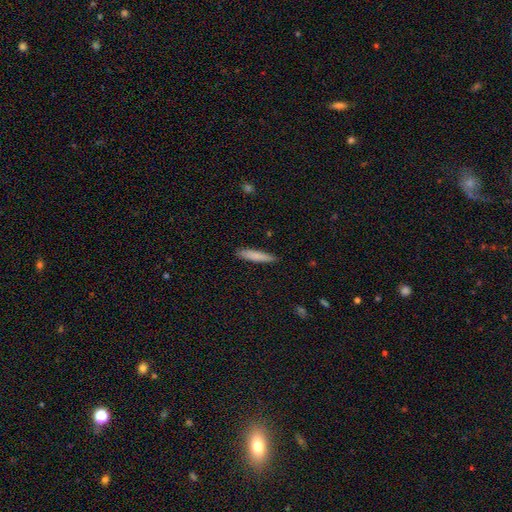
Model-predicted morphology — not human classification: A smooth galaxy with no disk features (80%) that is cigar-shaped (90%).

Vote fractions:
- Smooth or featured? smooth: 80% / featured or disk: 14% / star or artifact: 6%
- How rounded? cigar-shaped: 90% / in between: 8% / round: 1%
- Merging? none: 88% / minor disturbance: 9% / major disturbance: 2% / merger: 1%